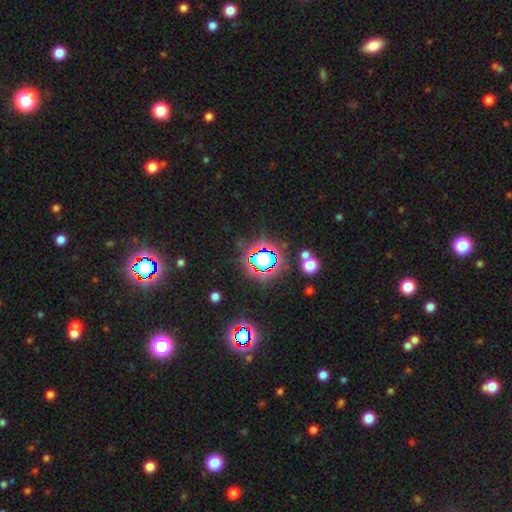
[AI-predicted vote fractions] Morphology: type=star or artifact (69%).